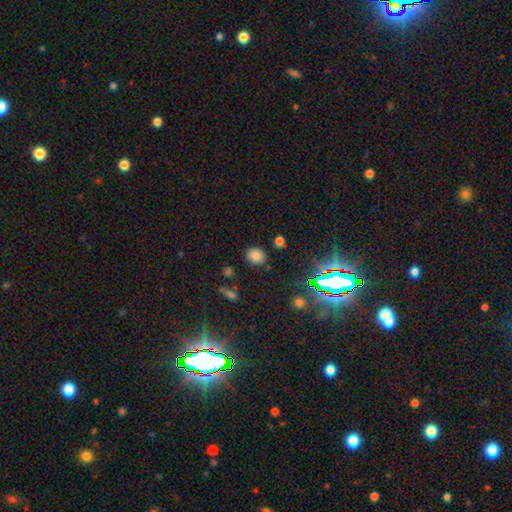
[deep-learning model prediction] Morphology: type=smooth (77%); roundness=round (54%); merging=none (84%).